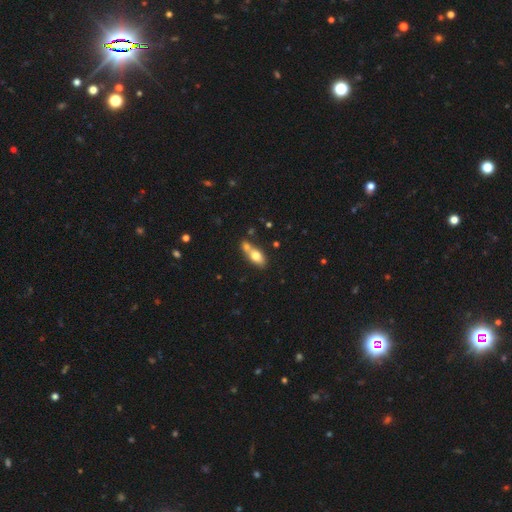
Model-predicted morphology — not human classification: Smooth or featured?
  - smooth: 72% *
  - featured or disk: 20%
  - star or artifact: 8%
How rounded?
  - in between: 79% *
  - cigar-shaped: 12%
  - round: 8%
Merging?
  - merger: 44% *
  - none: 39%
  - minor disturbance: 12%
  - major disturbance: 4%